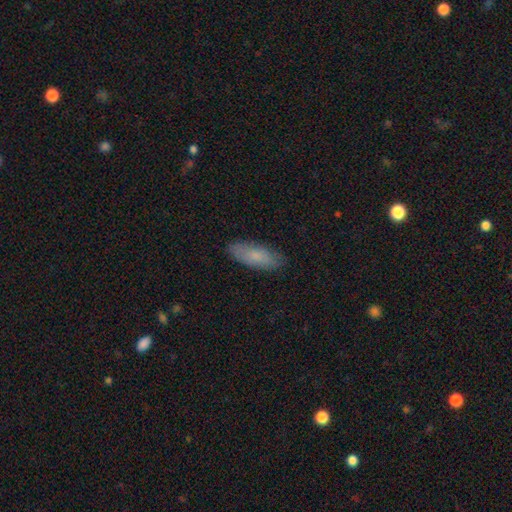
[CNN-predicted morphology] Smooth or featured? smooth (77%)
How rounded? in between (68%)
Merging? none (85%)